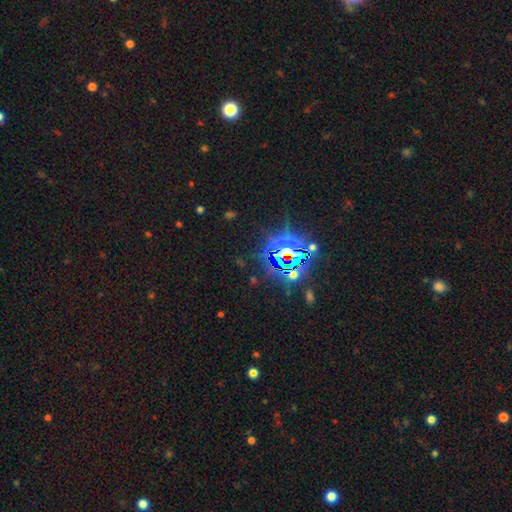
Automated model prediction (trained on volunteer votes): Morphology: type=star or artifact (83%).